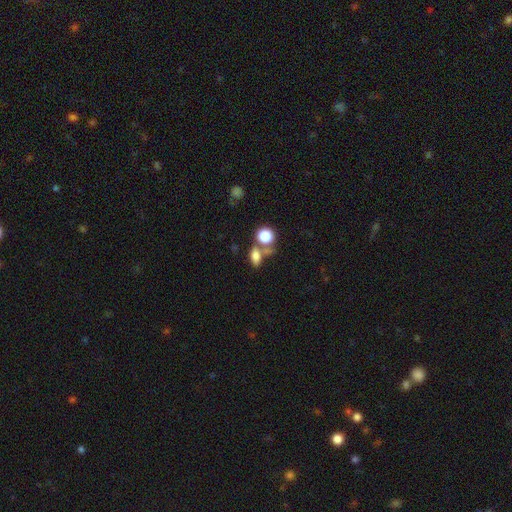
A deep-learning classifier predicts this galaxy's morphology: type=smooth (73%); roundness=in between (71%); merging=none (45%).